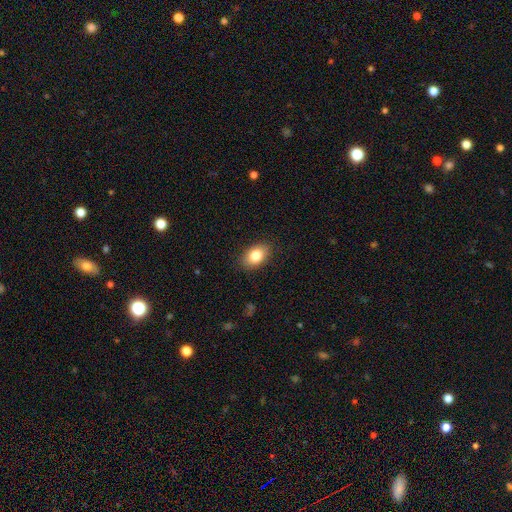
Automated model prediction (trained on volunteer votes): Smooth or featured? smooth (83%)
How rounded? in between (85%)
Merging? none (87%)